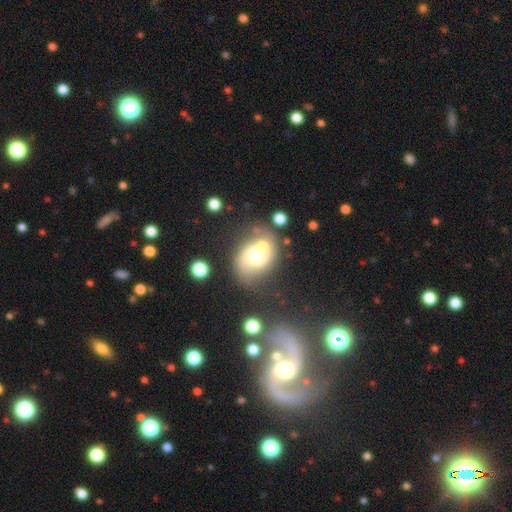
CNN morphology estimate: The model was most divided on "merging": none: 40%, merger: 37%, minor disturbance: 14%, major disturbance: 9%. More confident: smooth or featured — smooth (52%); how rounded — in between (51%).